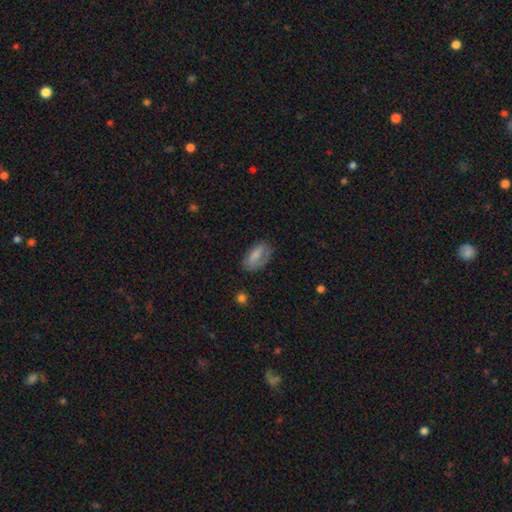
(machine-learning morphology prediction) Q: Smooth or featured?
A: smooth (68%); runner-up: featured or disk (24%)
Q: How rounded?
A: in between (89%); runner-up: round (6%)
Q: Merging?
A: none (63%); runner-up: minor disturbance (25%)